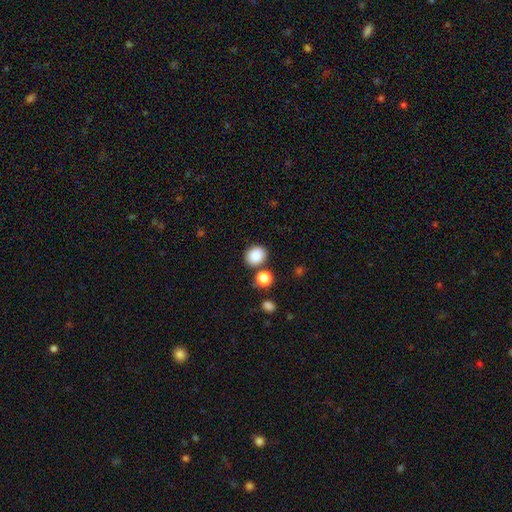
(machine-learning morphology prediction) Q: Smooth or featured?
A: smooth (87%); runner-up: star or artifact (9%)
Q: How rounded?
A: round (67%); runner-up: in between (33%)
Q: Merging?
A: none (78%); runner-up: minor disturbance (9%)